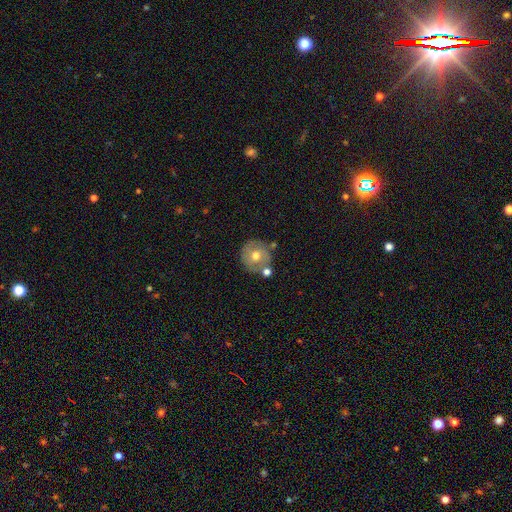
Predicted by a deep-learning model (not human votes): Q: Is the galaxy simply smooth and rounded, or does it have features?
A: smooth — 58%.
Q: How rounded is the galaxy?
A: round — 90%.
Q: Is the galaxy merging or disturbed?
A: none — 70%.